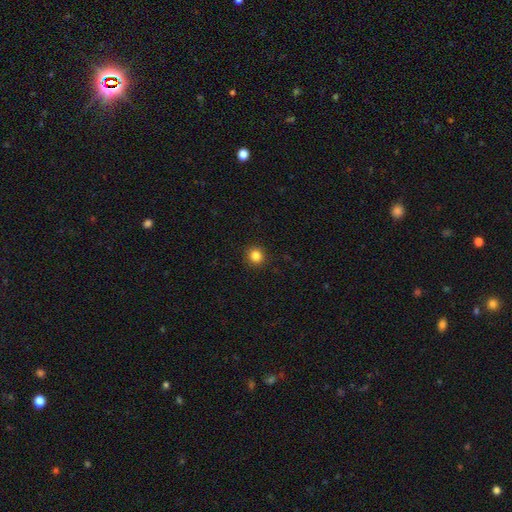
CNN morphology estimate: Smooth or featured? smooth (83%)
How rounded? round (92%)
Merging? none (92%)